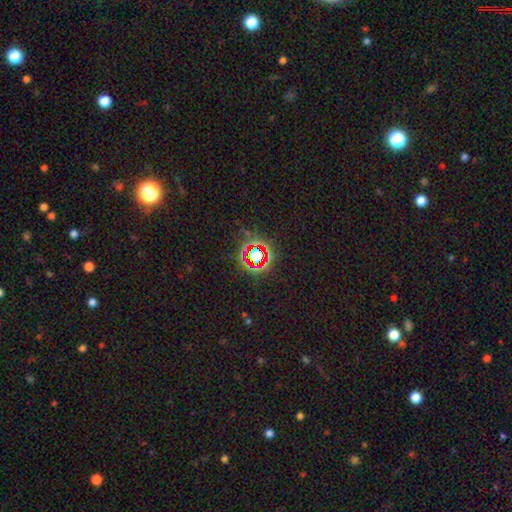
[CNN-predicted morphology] Smooth or featured: star or artifact — 74% (smooth — 16%)